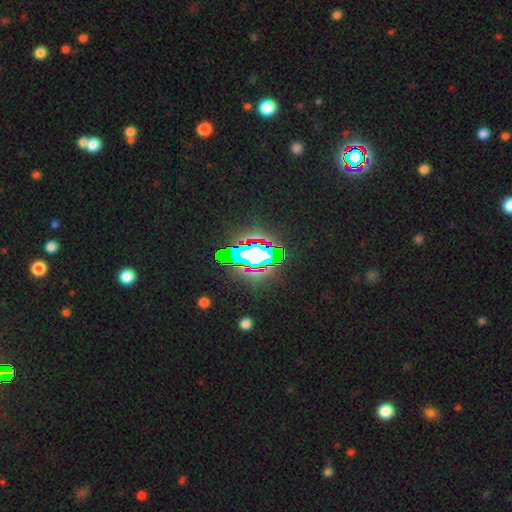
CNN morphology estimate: Smooth or featured? Predicted: star or artifact (p=0.64).